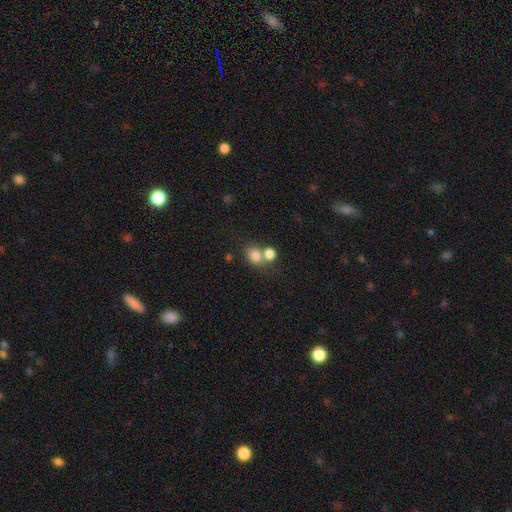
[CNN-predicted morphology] smooth-or-featured: smooth: 80% | star or artifact: 11% | featured or disk: 9%
  how-rounded: round: 60% | in between: 39% | cigar-shaped: 1%
  merging: merger: 47% | none: 40% | minor disturbance: 8% | major disturbance: 4%